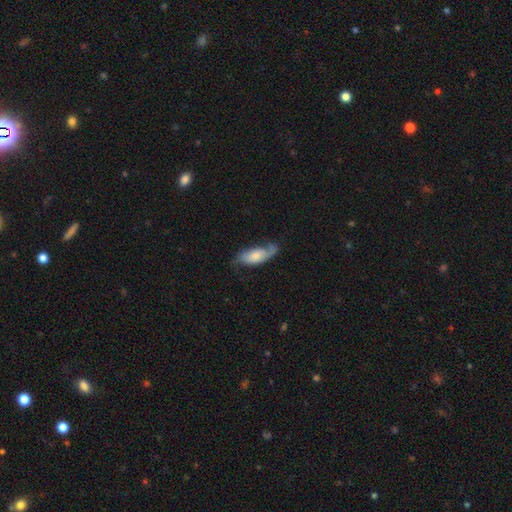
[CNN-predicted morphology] Q: Smooth or featured?
A: smooth (56%); runner-up: featured or disk (38%)
Q: How rounded?
A: in between (82%); runner-up: cigar-shaped (16%)
Q: Merging?
A: none (48%); runner-up: minor disturbance (32%)